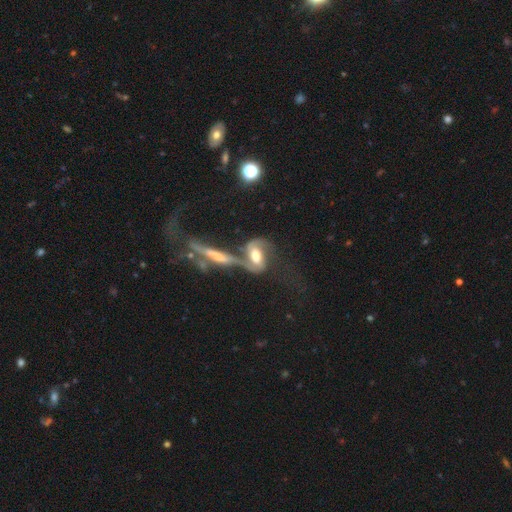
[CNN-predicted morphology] smooth_or_featured: featured or disk (p=0.68) [alt: smooth p=0.24]
disk_edge_on: no (p=0.88) [alt: yes p=0.12]
bar: weak (p=0.36) [alt: no p=0.35]
has_spiral_arms: yes (p=0.84) [alt: no p=0.16]
spiral_winding: medium (p=0.41) [alt: loose p=0.37]
spiral_arm_count: 2 (p=0.77) [alt: can't tell p=0.11]
bulge_size: moderate (p=0.55) [alt: large p=0.29]
merging: merger (p=0.58) [alt: none p=0.19]